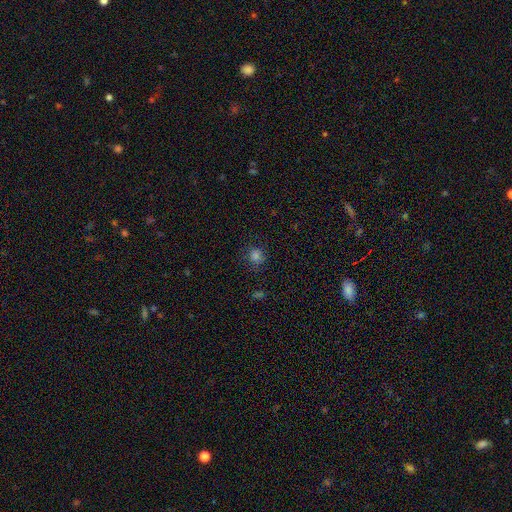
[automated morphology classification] smooth_or_featured: smooth (p=0.76) [alt: star or artifact p=0.19]
how_rounded: round (p=0.81) [alt: in between p=0.18]
merging: none (p=0.78) [alt: minor disturbance p=0.15]